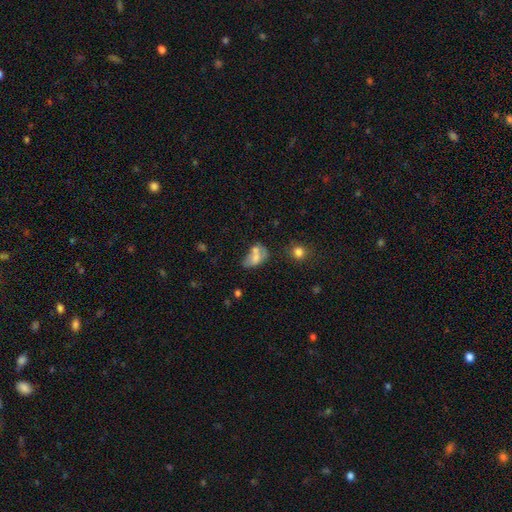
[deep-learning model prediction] This appears to be a smooth galaxy with no disk features (58%) that is in between round and cigar-shaped (84%). Merging: merger (41%).